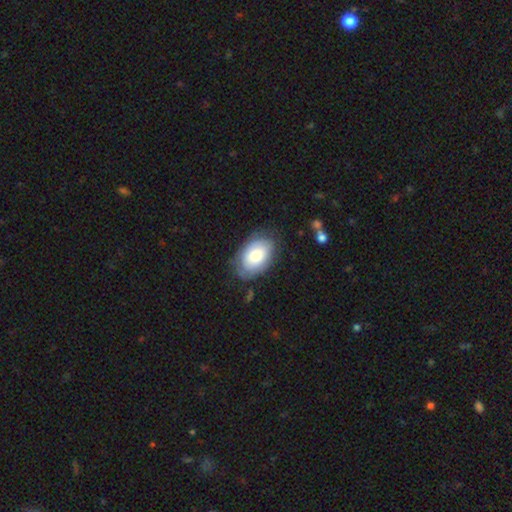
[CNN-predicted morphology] A smooth galaxy with no disk features (64%) that is in between round and cigar-shaped (87%).

Vote fractions:
- Smooth or featured? smooth: 64% / featured or disk: 29% / star or artifact: 7%
- How rounded? in between: 87% / round: 12% / cigar-shaped: 1%
- Merging? none: 71% / minor disturbance: 21% / major disturbance: 6% / merger: 2%